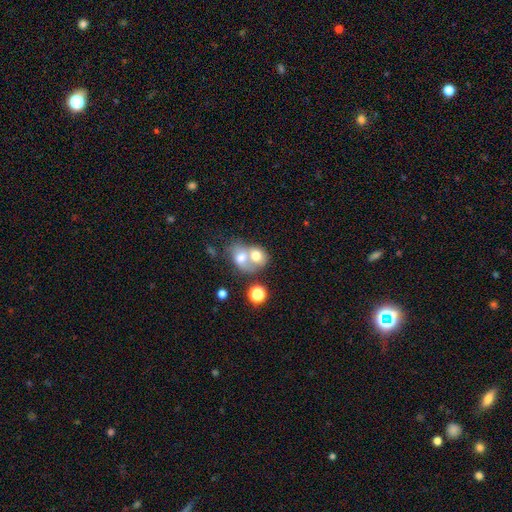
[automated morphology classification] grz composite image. It shows a smooth galaxy with no disk features (67%) that is round (53%). Merging: merger (73%).